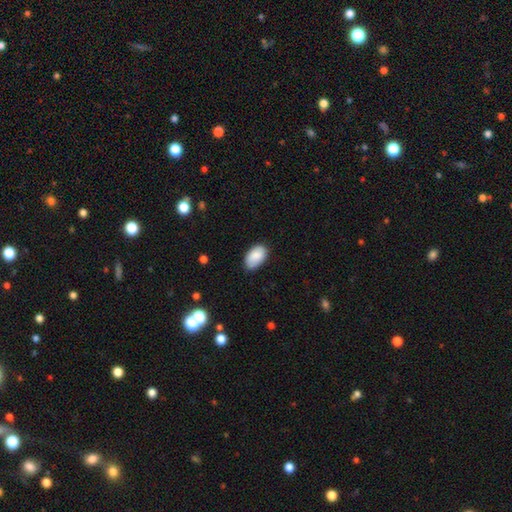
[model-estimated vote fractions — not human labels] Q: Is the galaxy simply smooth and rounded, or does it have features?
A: smooth — 87%.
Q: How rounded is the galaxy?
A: in between — 94%.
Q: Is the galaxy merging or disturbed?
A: none — 76%.